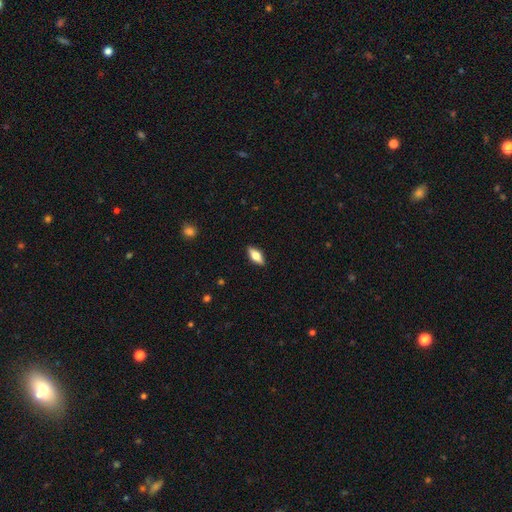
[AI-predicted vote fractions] Smooth or featured? smooth (65%)
How rounded? in between (77%)
Merging? none (89%)